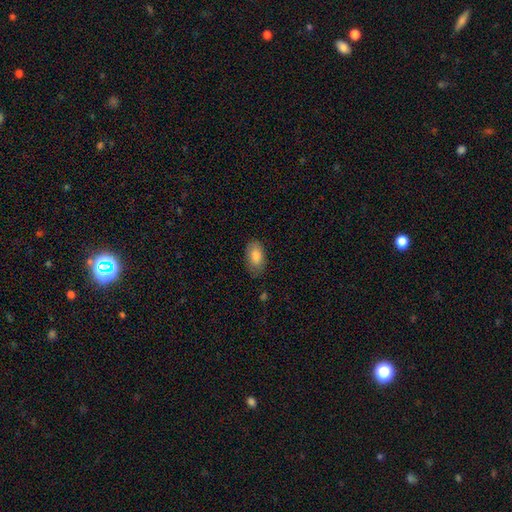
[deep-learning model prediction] Smooth or featured? smooth (84%)
How rounded? in between (93%)
Merging? none (80%)